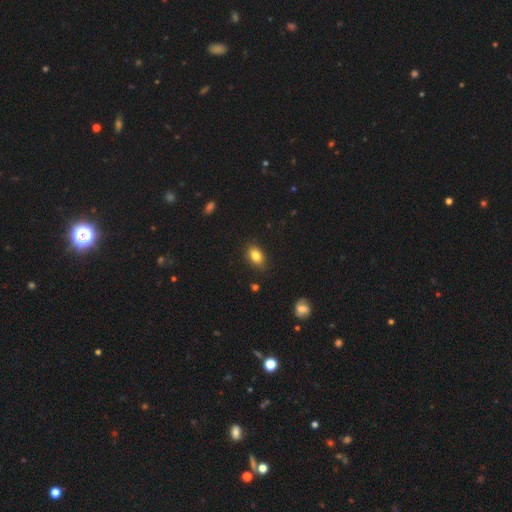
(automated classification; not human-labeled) A smooth galaxy with no disk features (83%) that is in between round and cigar-shaped (83%).

Vote fractions:
- Smooth or featured? smooth: 83% / star or artifact: 9% / featured or disk: 8%
- How rounded? in between: 83% / round: 15% / cigar-shaped: 2%
- Merging? none: 83% / minor disturbance: 13% / major disturbance: 2% / merger: 1%